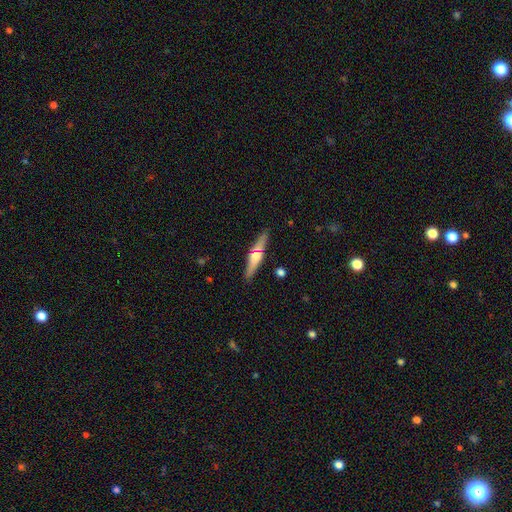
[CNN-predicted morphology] Overall: featured or disk (56%; smooth 38%). Edge-on disk: yes (95%). Edge-on bulge: rounded (88%). Merging: none (86%).